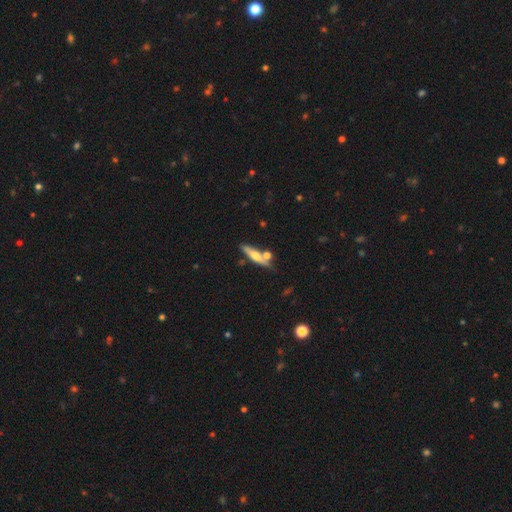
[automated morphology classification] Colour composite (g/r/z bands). It shows a featured or disk galaxy (48%). Merging: none (68%).